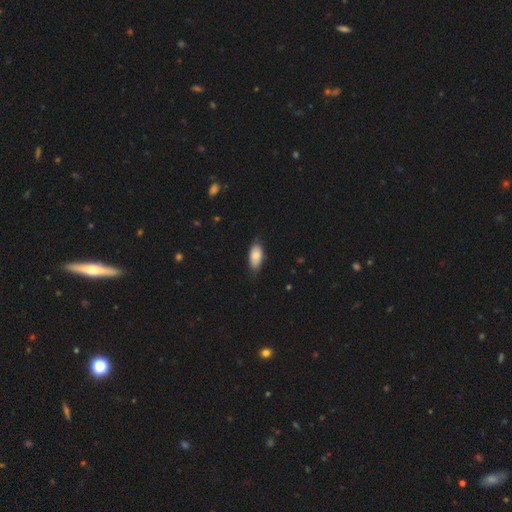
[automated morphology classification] The model was most divided on "merging": none: 73%, minor disturbance: 23%, major disturbance: 3%, merger: 1%. More confident: how rounded — in between (91%); smooth or featured — smooth (79%).